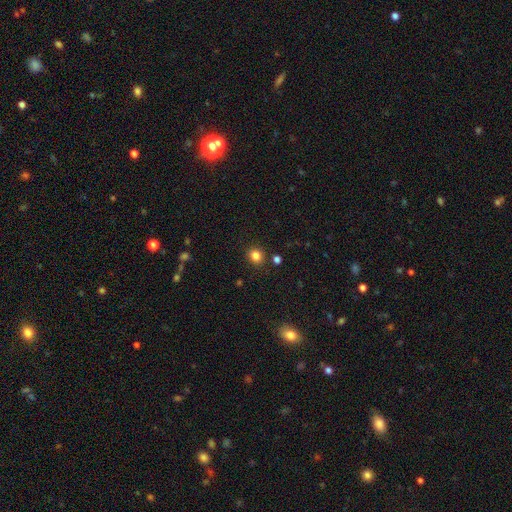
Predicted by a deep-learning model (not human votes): This is clearly a smooth galaxy (83%). How rounded: clearly round (84%). Merging: clearly none (88%).